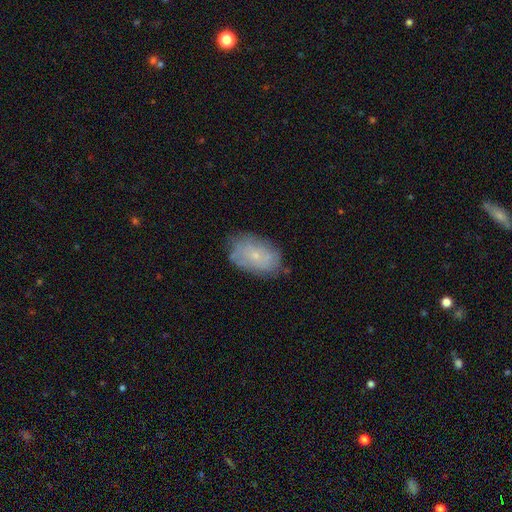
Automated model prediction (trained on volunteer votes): smooth-or-featured: smooth: 53% | featured or disk: 39% | star or artifact: 8%
  how-rounded: in between: 87% | round: 11% | cigar-shaped: 1%
  merging: none: 72% | minor disturbance: 20% | major disturbance: 6% | merger: 2%